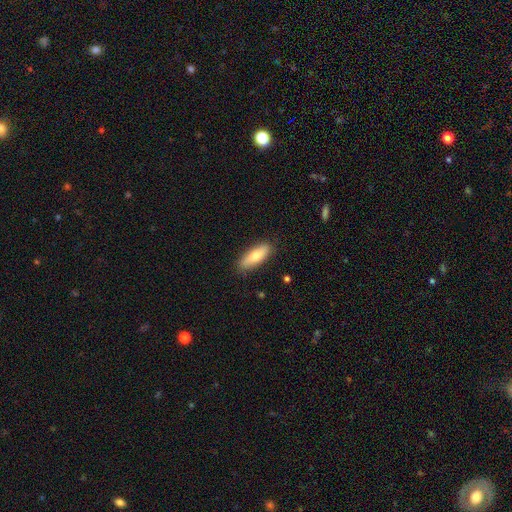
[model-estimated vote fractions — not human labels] A smooth galaxy with no disk features (71%) that is in between round and cigar-shaped (54%). Merging: none (86%).